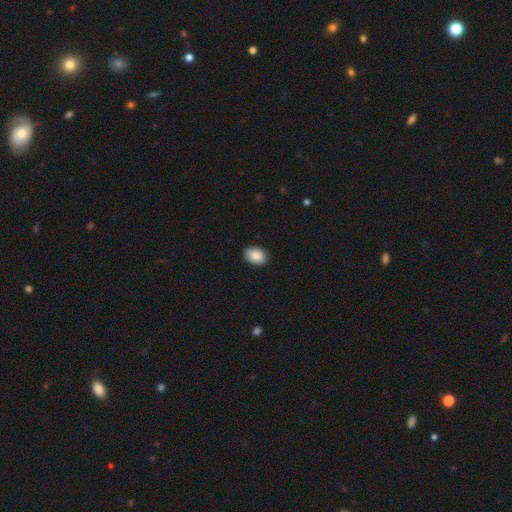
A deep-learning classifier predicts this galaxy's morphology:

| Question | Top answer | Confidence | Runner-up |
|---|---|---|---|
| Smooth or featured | smooth | 88% | star or artifact (7%) |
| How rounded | in between | 84% | round (15%) |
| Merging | none | 89% | minor disturbance (8%) |